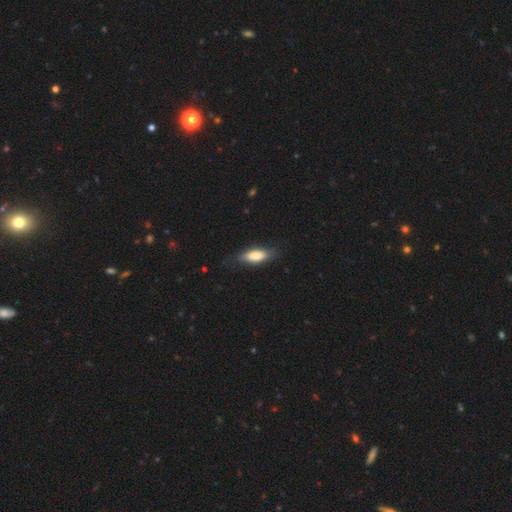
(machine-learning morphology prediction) Smooth or featured? smooth (77%)
How rounded? in between (69%)
Merging? none (76%)